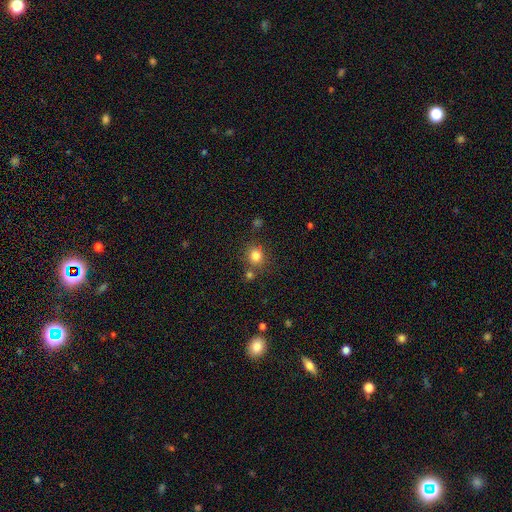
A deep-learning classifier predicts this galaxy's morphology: Smooth or featured: smooth — 81% (star or artifact — 13%)
How rounded: round — 81% (in between — 18%)
Merging: none — 72% (merger — 13%)